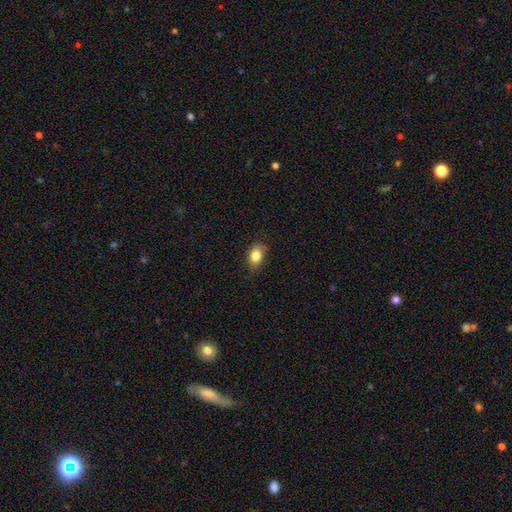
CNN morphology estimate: Q: Smooth or featured?
A: smooth (84%); runner-up: star or artifact (9%)
Q: How rounded?
A: in between (72%); runner-up: round (26%)
Q: Merging?
A: none (75%); runner-up: minor disturbance (20%)